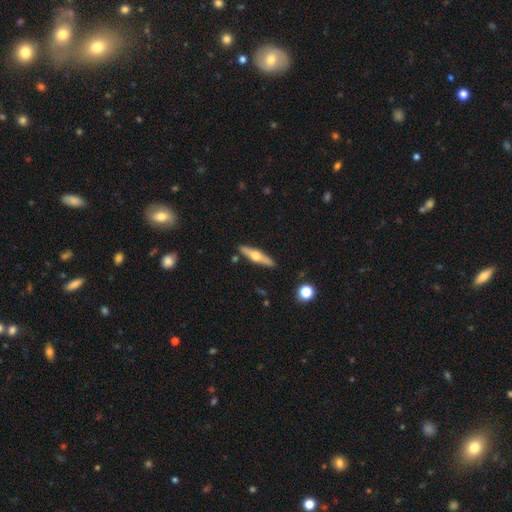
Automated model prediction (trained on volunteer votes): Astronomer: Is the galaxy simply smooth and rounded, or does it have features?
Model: featured or disk — 60%.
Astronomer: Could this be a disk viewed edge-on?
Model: yes — 94%.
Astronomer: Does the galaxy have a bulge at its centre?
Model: rounded — 95%.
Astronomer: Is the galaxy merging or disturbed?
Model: none — 89%.